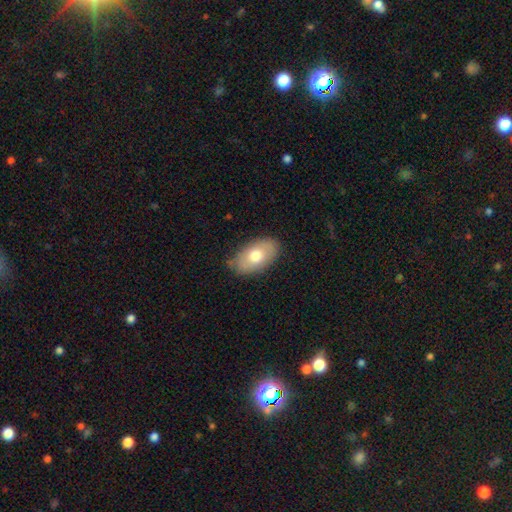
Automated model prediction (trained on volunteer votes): Morphology: type=smooth (70%); roundness=in between (93%); merging=none (80%).